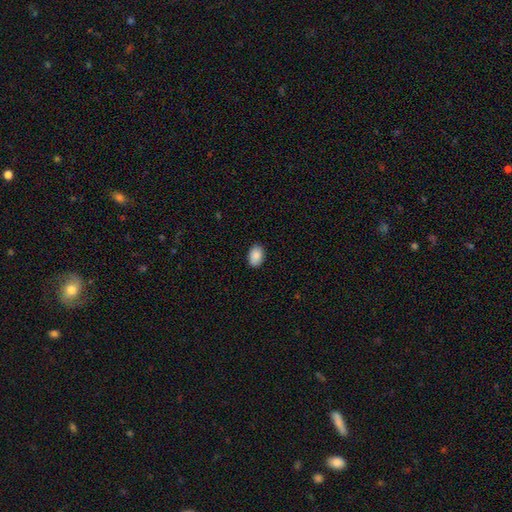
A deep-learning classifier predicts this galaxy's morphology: This is clearly a smooth galaxy (89%). How rounded: clearly in between (84%). Merging: clearly none (87%).